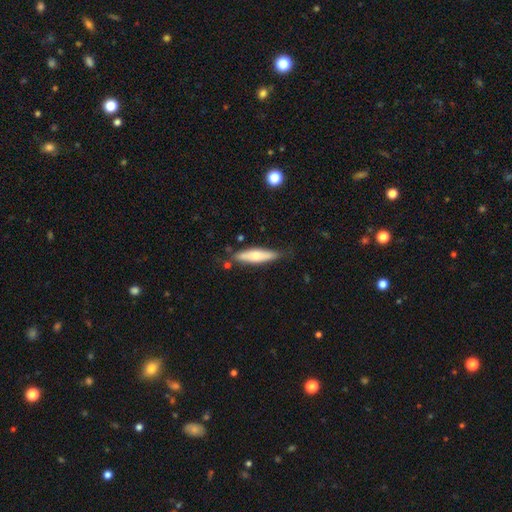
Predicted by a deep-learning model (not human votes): smooth 57%, featured or disk 37%, star or artifact 6%. Down the decision tree: how rounded — cigar-shaped (71%); merging — none (75%).